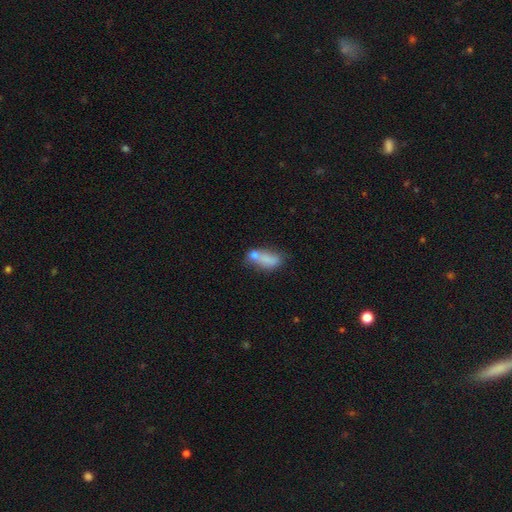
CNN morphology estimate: smooth-or-featured: smooth: 71% | featured or disk: 19% | star or artifact: 10%
  how-rounded: in between: 82% | round: 10% | cigar-shaped: 9%
  merging: merger: 42% | none: 27% | minor disturbance: 18% | major disturbance: 13%